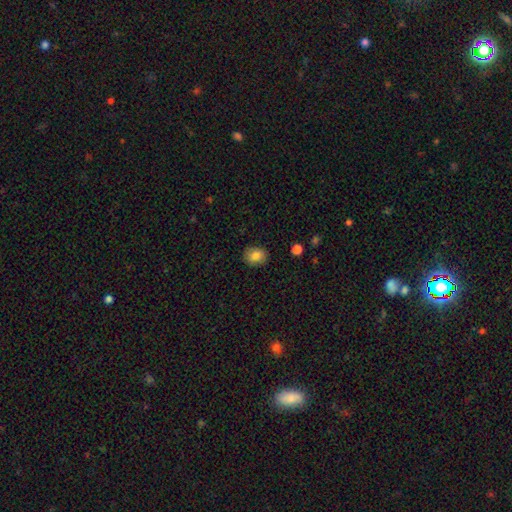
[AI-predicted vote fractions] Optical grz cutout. It shows a smooth galaxy with no disk features (83%) that is round (54%). Merging: none (87%).